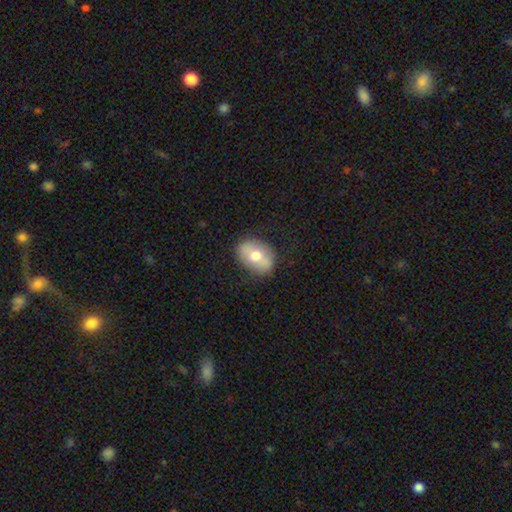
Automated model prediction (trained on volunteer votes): This appears to be a smooth galaxy with no disk features (63%) that is in between round and cigar-shaped (73%). Merging: none (81%).